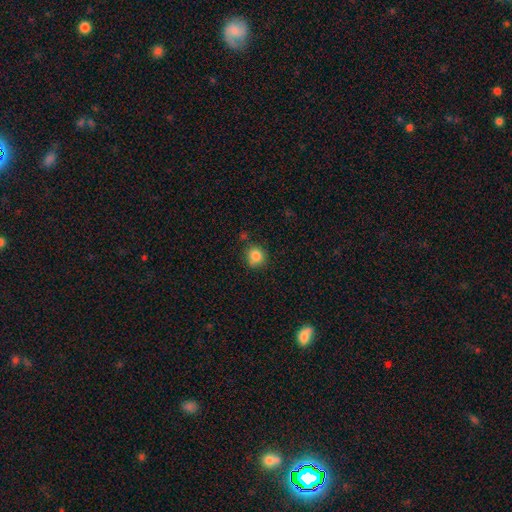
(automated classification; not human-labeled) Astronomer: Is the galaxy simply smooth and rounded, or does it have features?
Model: smooth — 85%.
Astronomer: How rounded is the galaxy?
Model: round — 87%.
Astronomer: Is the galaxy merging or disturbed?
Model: none — 75%.